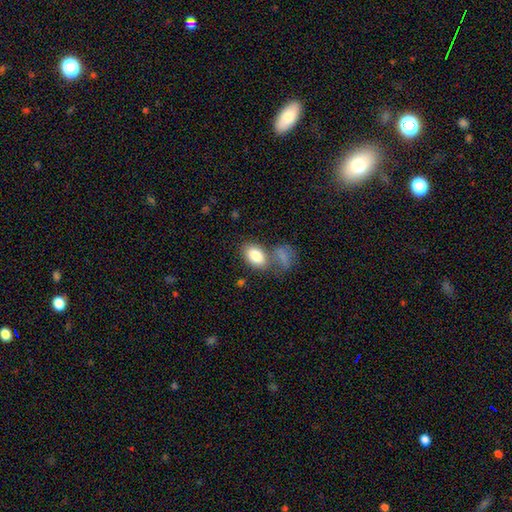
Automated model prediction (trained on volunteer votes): Morphology: type=smooth (84%); roundness=in between (90%); merging=none (54%).